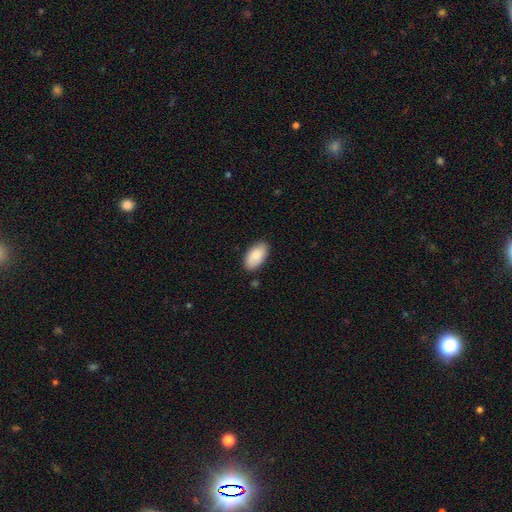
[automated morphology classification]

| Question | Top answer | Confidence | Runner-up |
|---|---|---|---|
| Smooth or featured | smooth | 86% | featured or disk (8%) |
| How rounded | in between | 95% | round (3%) |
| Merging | none | 84% | minor disturbance (12%) |